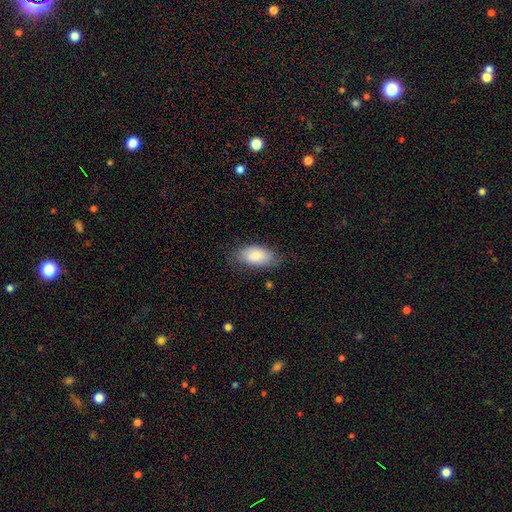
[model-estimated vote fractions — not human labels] This appears to be a smooth galaxy with no disk features (82%) that is in between round and cigar-shaped (93%). Merging: none (73%).